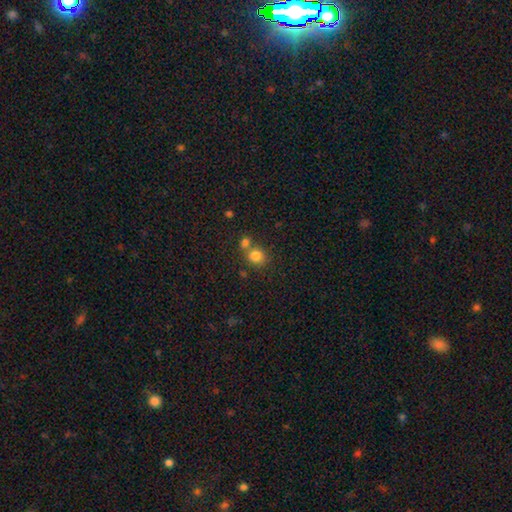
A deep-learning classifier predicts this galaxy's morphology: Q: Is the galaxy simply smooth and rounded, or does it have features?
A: smooth — 82%.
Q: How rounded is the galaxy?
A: round — 81%.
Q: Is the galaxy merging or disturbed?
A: none — 54%.